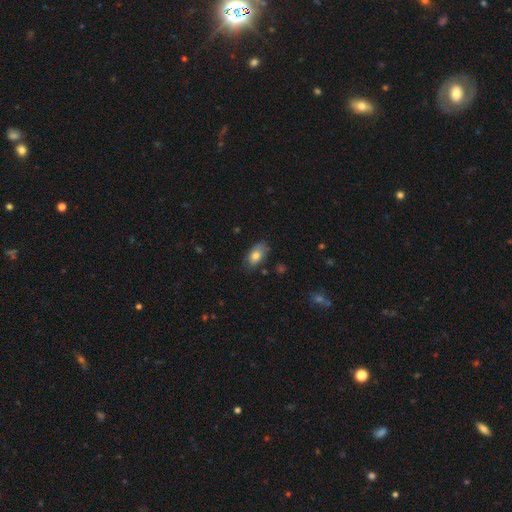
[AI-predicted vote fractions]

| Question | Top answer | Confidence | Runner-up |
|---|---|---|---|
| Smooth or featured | smooth | 78% | featured or disk (15%) |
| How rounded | in between | 91% | round (6%) |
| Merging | none | 74% | minor disturbance (21%) |